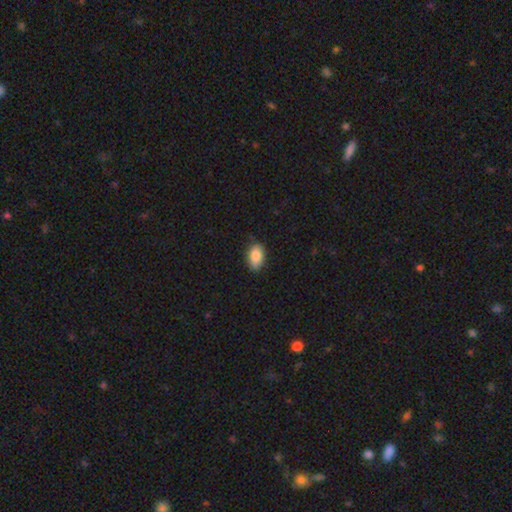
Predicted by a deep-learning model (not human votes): Overall: smooth (85%). How rounded: in between (91%). Merging: none (82%).